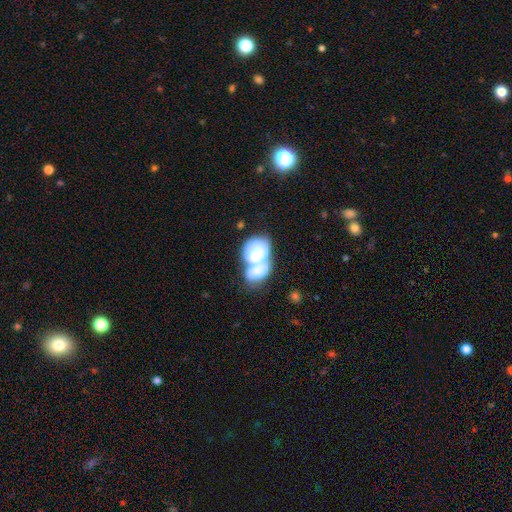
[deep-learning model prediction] This is possibly a smooth galaxy (50%). How rounded: likely in between (77%). Merging: likely merger (76%).